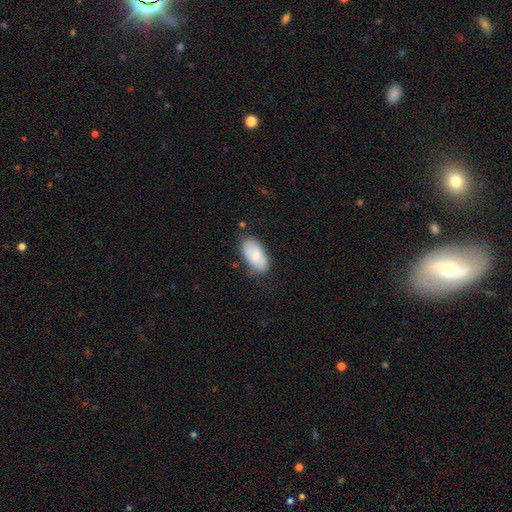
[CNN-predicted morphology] type=smooth (72%); roundness=in between (94%); merging=none (74%).